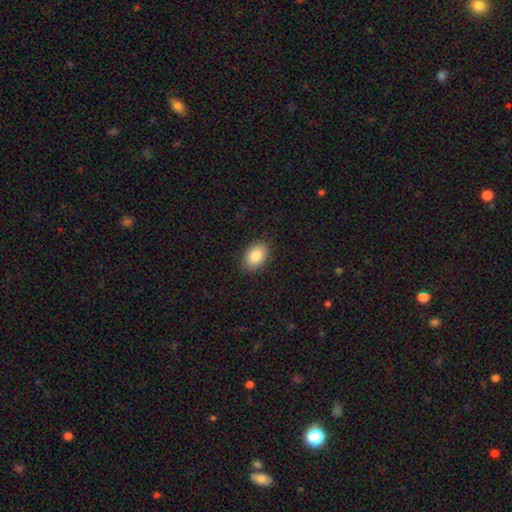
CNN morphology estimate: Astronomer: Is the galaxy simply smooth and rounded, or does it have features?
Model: smooth — 86%.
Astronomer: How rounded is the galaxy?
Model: in between — 86%.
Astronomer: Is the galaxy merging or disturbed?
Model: none — 88%.